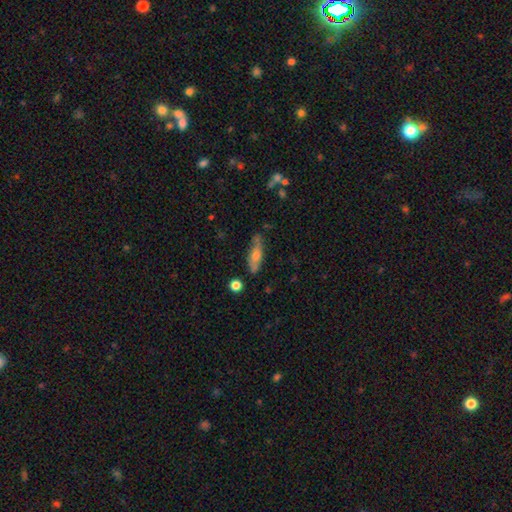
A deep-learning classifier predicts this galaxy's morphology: A smooth galaxy with no disk features (54%) that is cigar-shaped (54%). Merging: none (72%).